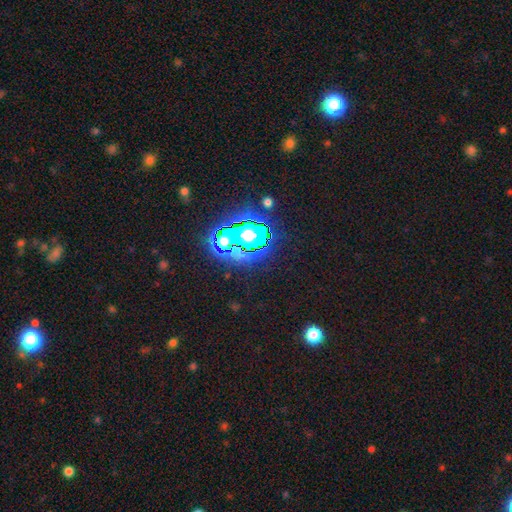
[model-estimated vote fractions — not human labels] Morphology: type=star or artifact (82%).